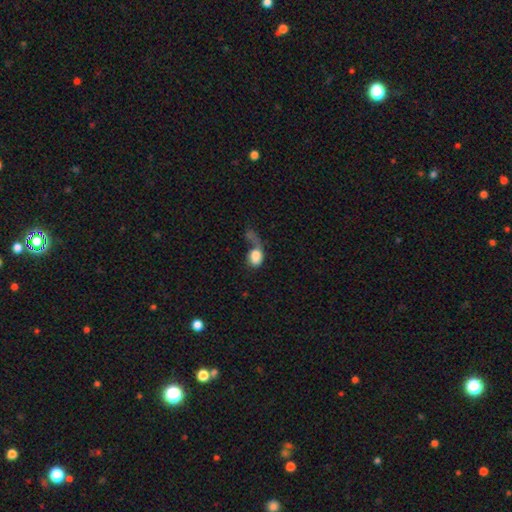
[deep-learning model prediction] Q: Smooth or featured?
A: smooth (73%); runner-up: featured or disk (19%)
Q: How rounded?
A: in between (67%); runner-up: round (31%)
Q: Merging?
A: major disturbance (53%); runner-up: none (17%)